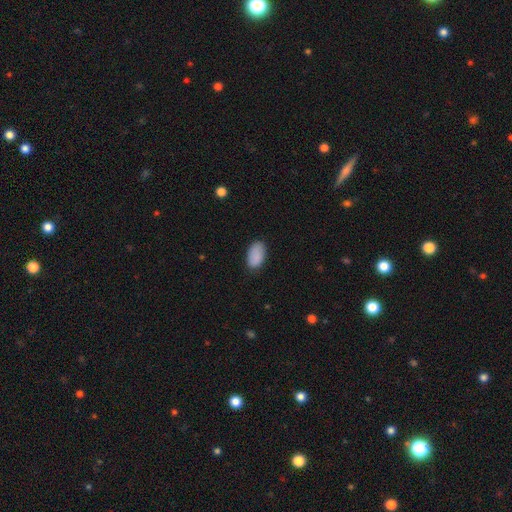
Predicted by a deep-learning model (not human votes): Smooth or featured? smooth (89%)
How rounded? in between (94%)
Merging? none (82%)